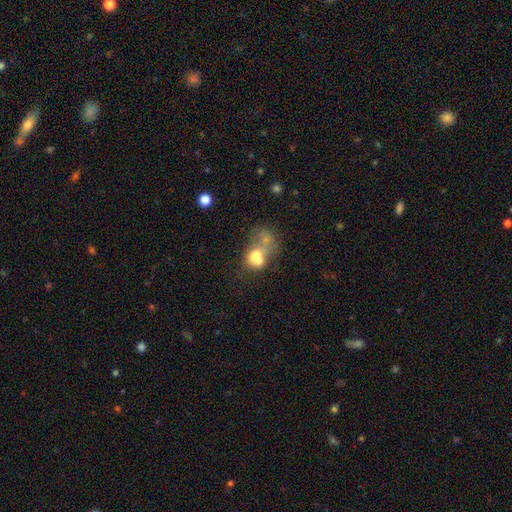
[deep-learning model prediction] This is possibly a smooth galaxy (58%). How rounded: possibly round (50%). Merging: likely merger (68%).